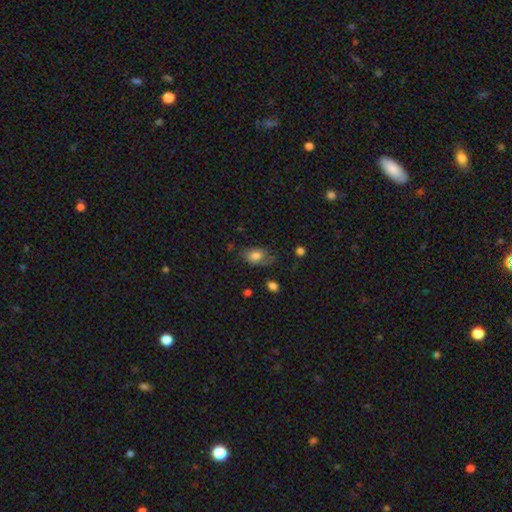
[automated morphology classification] Smooth or featured: smooth — 75% (featured or disk — 16%)
How rounded: in between — 83% (round — 15%)
Merging: none — 54% (minor disturbance — 31%)